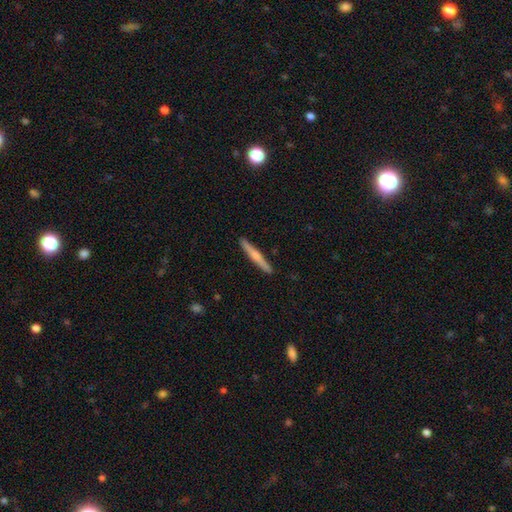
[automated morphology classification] type=featured or disk (52%); edge-on=yes (97%); edge-on bulge=rounded (70%); merging=none (92%).